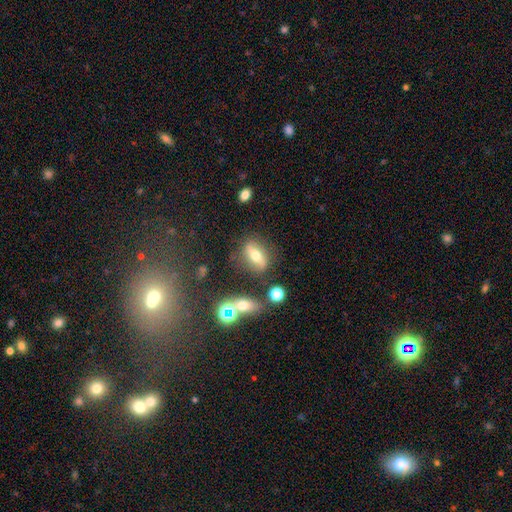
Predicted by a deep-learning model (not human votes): smooth_or_featured: smooth (p=0.48) [alt: featured or disk p=0.39]
merging: none (p=0.74) [alt: minor disturbance p=0.14]